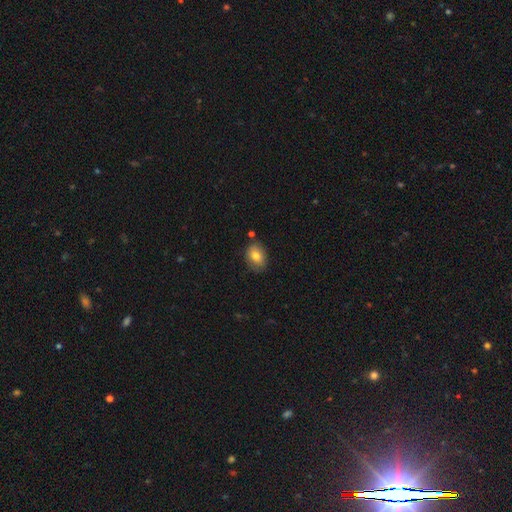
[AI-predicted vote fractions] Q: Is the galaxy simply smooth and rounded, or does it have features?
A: smooth — 78%.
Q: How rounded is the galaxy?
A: in between — 71%.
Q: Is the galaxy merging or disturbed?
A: none — 77%.